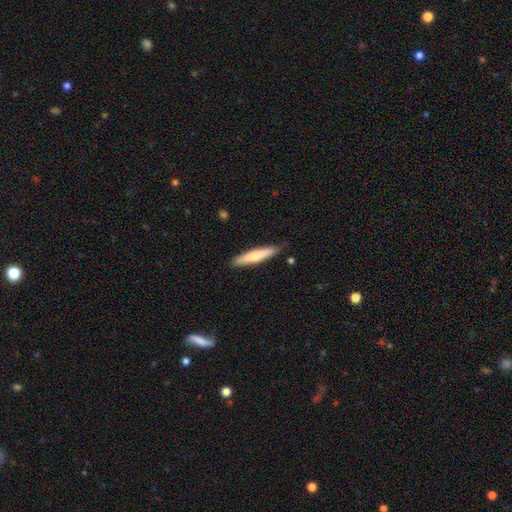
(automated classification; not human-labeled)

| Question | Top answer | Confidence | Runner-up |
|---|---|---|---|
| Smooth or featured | smooth | 61% | featured or disk (34%) |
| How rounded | cigar-shaped | 88% | in between (11%) |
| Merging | none | 87% | minor disturbance (10%) |